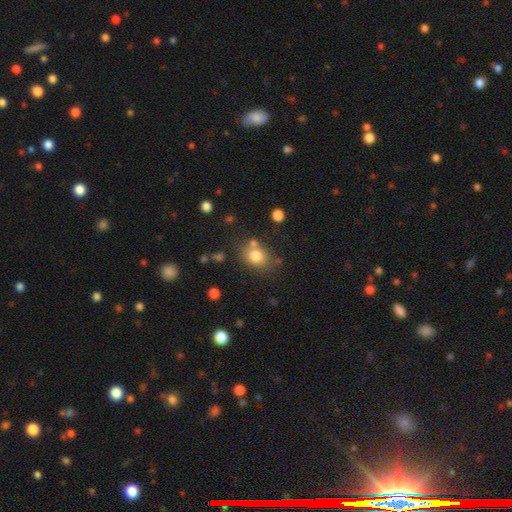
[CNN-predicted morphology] This appears to be a smooth galaxy with no disk features (80%) that is round (51%). Merging: none (68%).